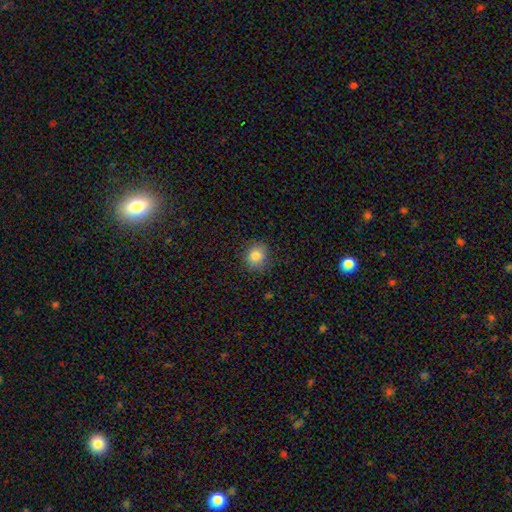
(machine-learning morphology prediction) smooth_or_featured: smooth (p=0.82) [alt: star or artifact p=0.11]
how_rounded: round (p=0.72) [alt: in between p=0.27]
merging: none (p=0.83) [alt: minor disturbance p=0.13]